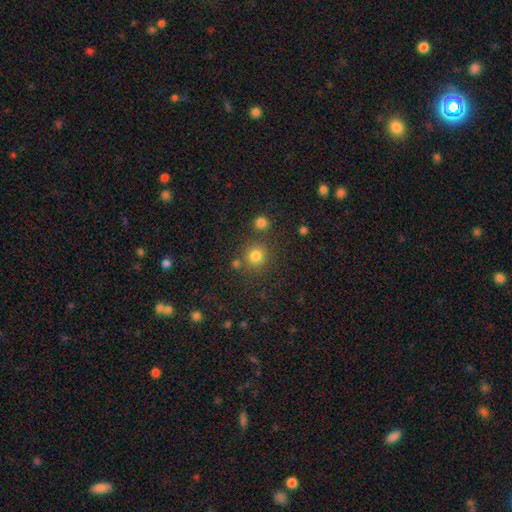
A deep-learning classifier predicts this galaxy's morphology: Smooth or featured? Predicted: smooth (p=0.80). How rounded? Predicted: round (p=0.91). Merging? Predicted: none (p=0.79).